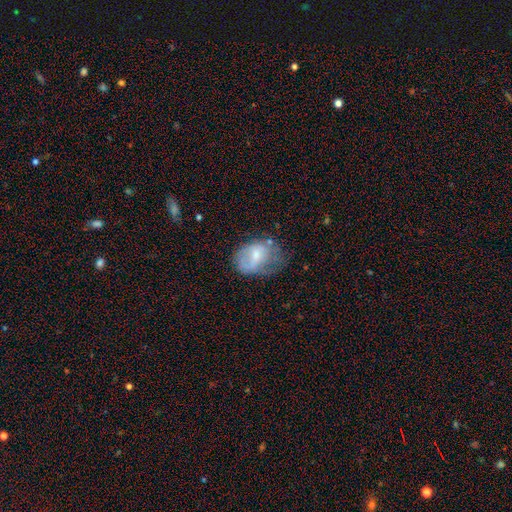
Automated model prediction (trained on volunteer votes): A smooth galaxy with no disk features (52%) that is in between round and cigar-shaped (77%).

Vote fractions:
- Smooth or featured? smooth: 52% / featured or disk: 39% / star or artifact: 8%
- How rounded? in between: 77% / round: 21% / cigar-shaped: 1%
- Merging? minor disturbance: 35% / none: 33% / major disturbance: 29% / merger: 4%